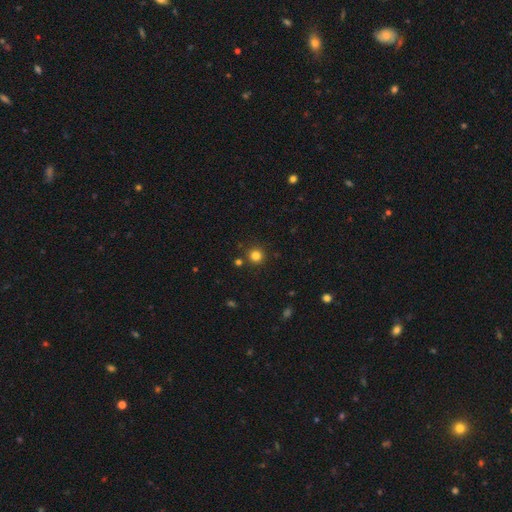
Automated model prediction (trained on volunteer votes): A smooth galaxy with no disk features (81%) that is round (95%).

Vote fractions:
- Smooth or featured? smooth: 81% / star or artifact: 14% / featured or disk: 5%
- How rounded? round: 95% / in between: 4% / cigar-shaped: 1%
- Merging? none: 88% / minor disturbance: 6% / merger: 4% / major disturbance: 2%